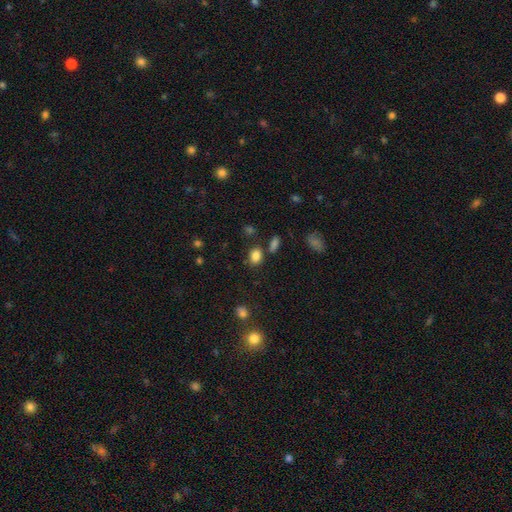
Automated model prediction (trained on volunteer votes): The model was most divided on "how rounded": in between: 66%, round: 33%, cigar-shaped: 1%. More confident: smooth or featured — smooth (84%); merging — none (76%).